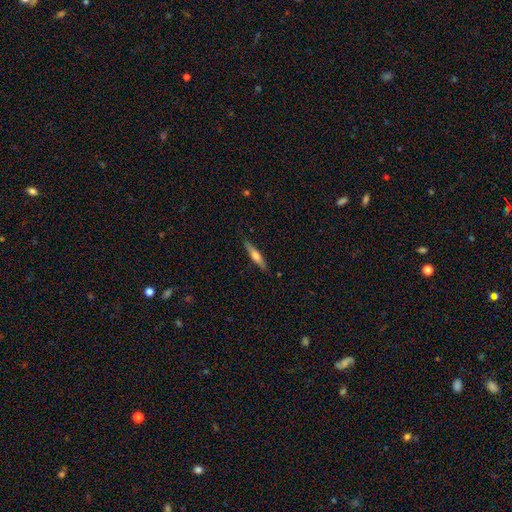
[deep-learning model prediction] A smooth galaxy with no disk features (49%).

Vote fractions:
- Smooth or featured? smooth: 49% / featured or disk: 45% / star or artifact: 6%
- Merging? none: 86% / minor disturbance: 10% / major disturbance: 2% / merger: 1%